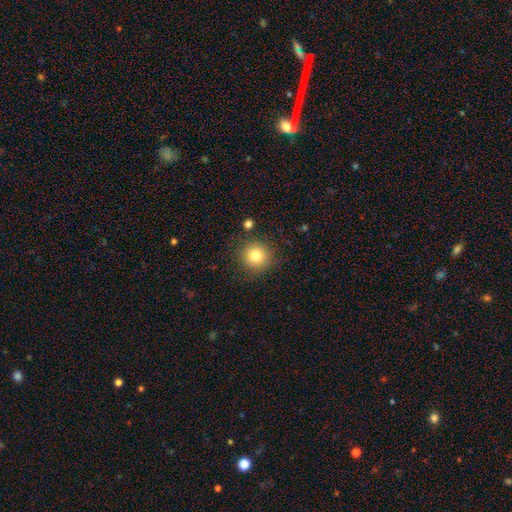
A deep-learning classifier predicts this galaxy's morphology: This appears to be a smooth galaxy with no disk features (81%) that is round (93%). Merging: none (85%).